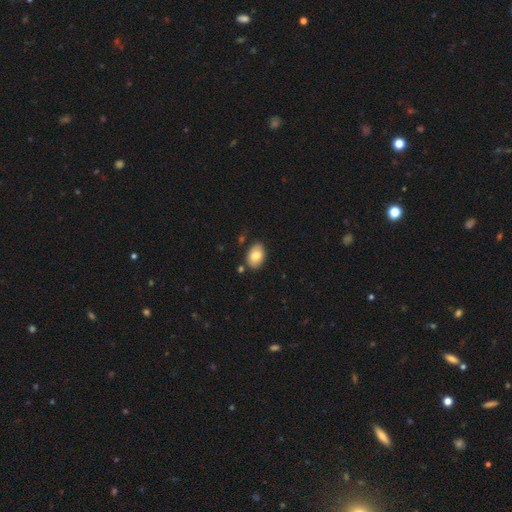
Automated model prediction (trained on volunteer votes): Overall: smooth (81%). How rounded: in between (89%). Merging: none (82%).